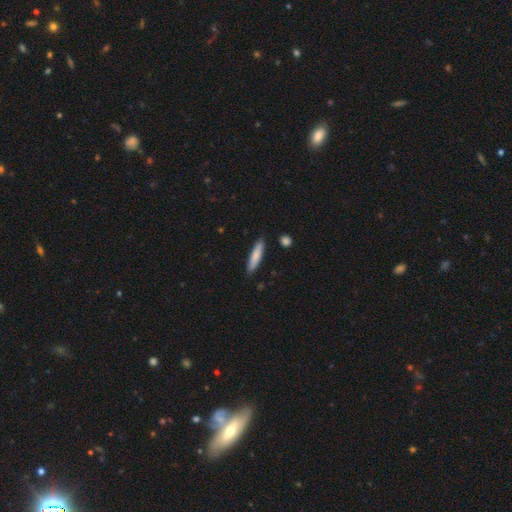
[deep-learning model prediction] A smooth galaxy with no disk features (79%) that is cigar-shaped (85%).

Vote fractions:
- Smooth or featured? smooth: 79% / featured or disk: 16% / star or artifact: 6%
- How rounded? cigar-shaped: 85% / in between: 13% / round: 1%
- Merging? none: 88% / minor disturbance: 9% / merger: 2% / major disturbance: 2%